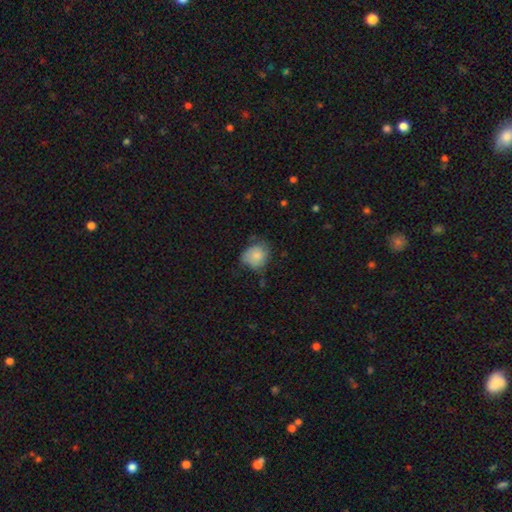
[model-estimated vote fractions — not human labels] Overall: smooth (79%). How rounded: round (70%). Merging: none (53%; minor disturbance 35%).